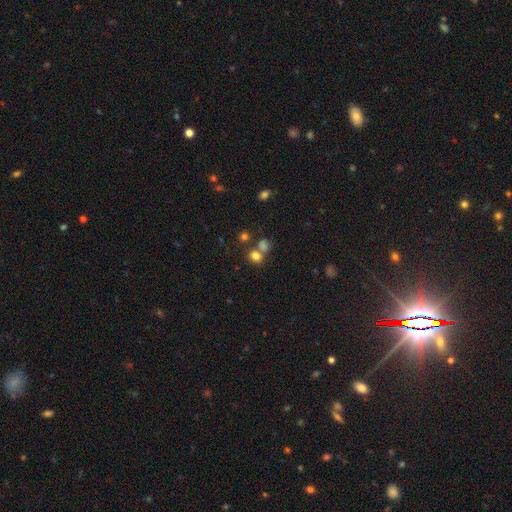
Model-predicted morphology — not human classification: A smooth galaxy with no disk features (75%) that is round (68%).

Vote fractions:
- Smooth or featured? smooth: 75% / star or artifact: 17% / featured or disk: 8%
- How rounded? round: 68% / in between: 31% / cigar-shaped: 1%
- Merging? none: 55% / merger: 31% / minor disturbance: 9% / major disturbance: 5%